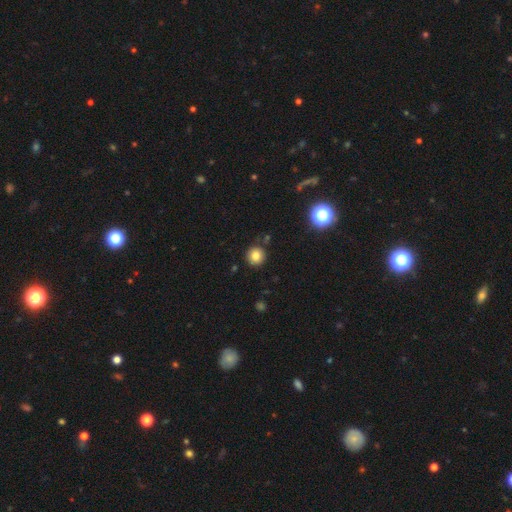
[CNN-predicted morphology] smooth 82%, star or artifact 12%, featured or disk 6%. Down the decision tree: how rounded — round (93%); merging — none (87%).